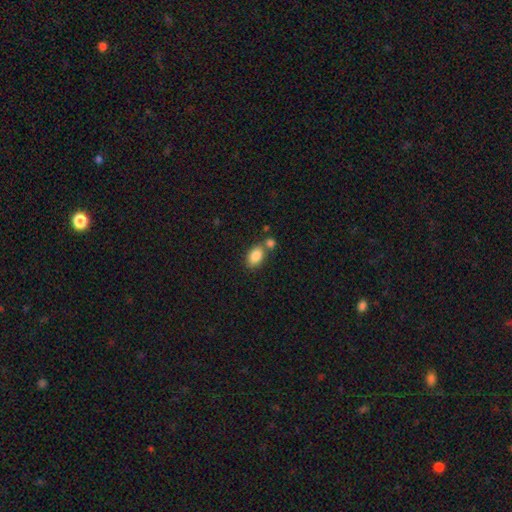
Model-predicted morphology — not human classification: Overall: smooth (86%). How rounded: in between (88%). Merging: none (54%; merger 30%).